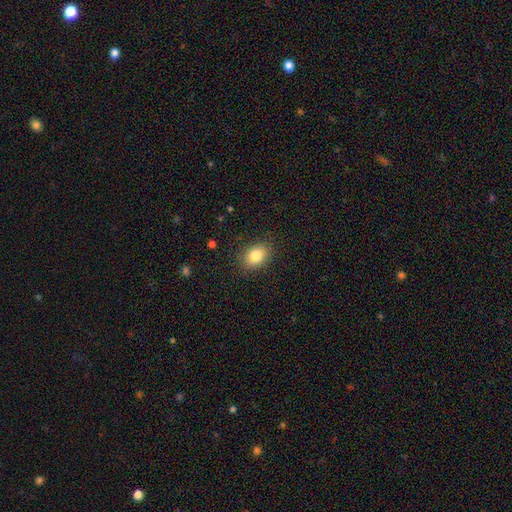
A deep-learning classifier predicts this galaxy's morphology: smooth-or-featured: smooth: 83% | star or artifact: 9% | featured or disk: 8%
  how-rounded: in between: 72% | round: 27% | cigar-shaped: 1%
  merging: none: 87% | minor disturbance: 10% | major disturbance: 3% | merger: 1%